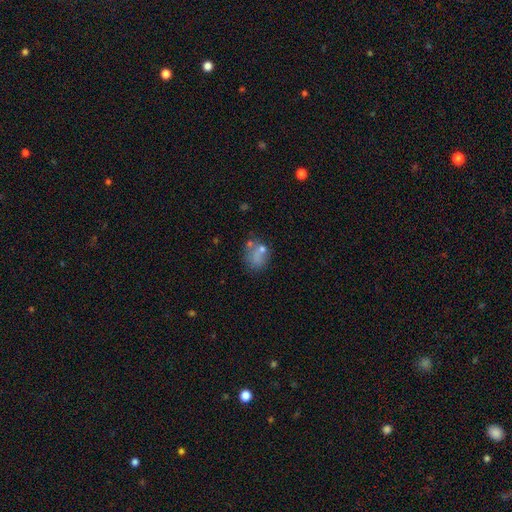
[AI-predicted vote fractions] smooth-or-featured: smooth: 62% | featured or disk: 20% | star or artifact: 18%
  how-rounded: round: 53% | in between: 45% | cigar-shaped: 2%
  merging: none: 50% | merger: 19% | minor disturbance: 18% | major disturbance: 12%